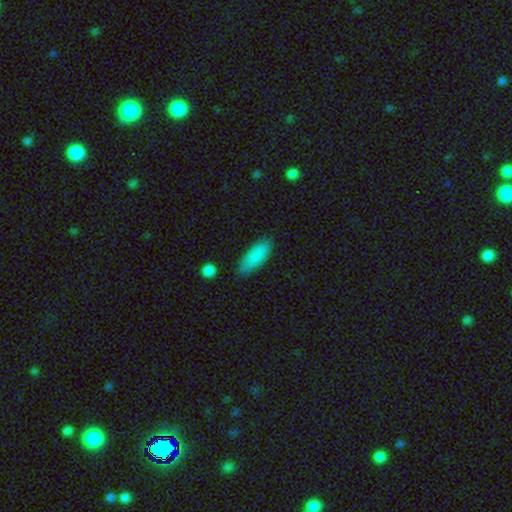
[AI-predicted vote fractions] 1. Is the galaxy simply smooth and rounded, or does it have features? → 87% smooth, 6% star or artifact, 6% featured or disk.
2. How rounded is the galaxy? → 71% in between, 27% cigar-shaped, 2% round.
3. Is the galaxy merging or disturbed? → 80% none, 15% minor disturbance, 3% major disturbance, 2% merger.